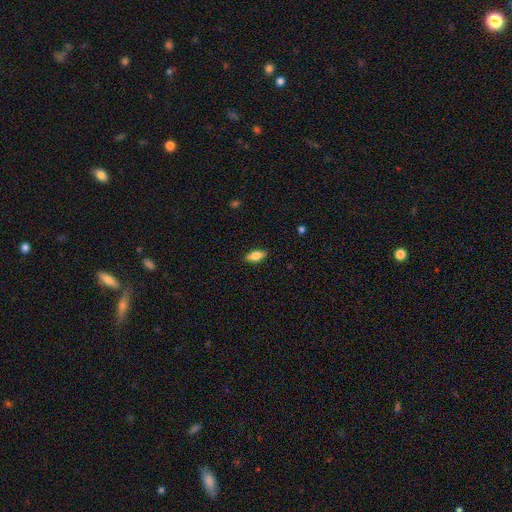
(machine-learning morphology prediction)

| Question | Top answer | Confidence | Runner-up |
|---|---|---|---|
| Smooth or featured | smooth | 71% | featured or disk (22%) |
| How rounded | in between | 82% | cigar-shaped (15%) |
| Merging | none | 88% | minor disturbance (9%) |